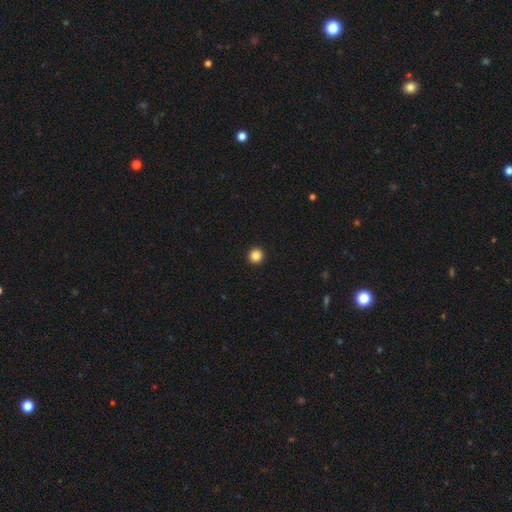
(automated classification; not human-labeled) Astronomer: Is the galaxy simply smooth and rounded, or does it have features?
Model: smooth — 86%.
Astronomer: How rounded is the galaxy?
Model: round — 95%.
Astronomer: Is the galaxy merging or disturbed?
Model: none — 94%.